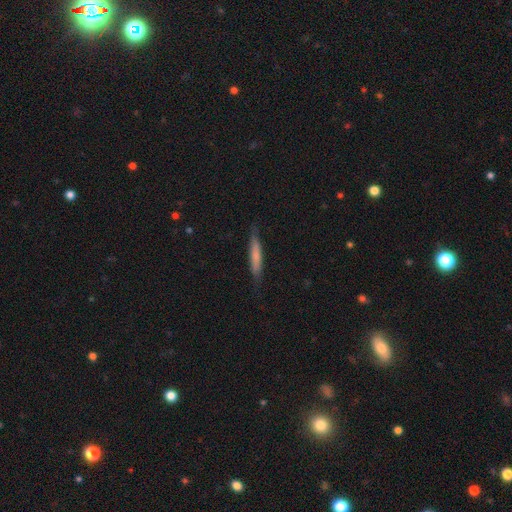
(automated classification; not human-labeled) Smooth or featured? smooth (67%)
How rounded? cigar-shaped (92%)
Merging? none (82%)